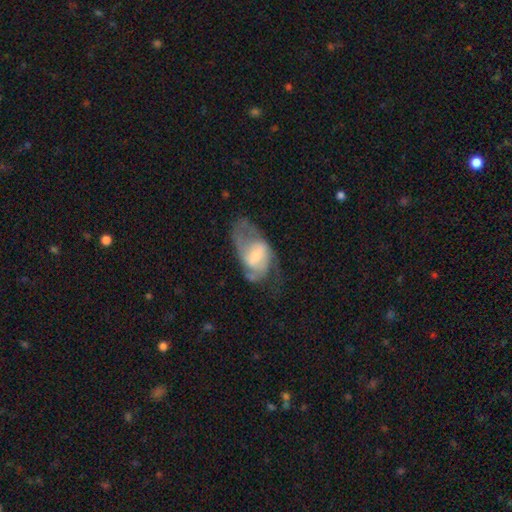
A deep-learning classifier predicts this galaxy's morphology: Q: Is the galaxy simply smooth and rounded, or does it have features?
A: featured or disk — 71%.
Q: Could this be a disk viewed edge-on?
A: no — 96%.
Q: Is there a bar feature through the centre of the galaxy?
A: weak — 48%.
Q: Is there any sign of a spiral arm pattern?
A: yes — 84%.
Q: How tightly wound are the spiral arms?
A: medium — 48%.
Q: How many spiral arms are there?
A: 2 — 61%.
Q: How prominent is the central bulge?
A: small — 51%.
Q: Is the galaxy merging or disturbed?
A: none — 44%.